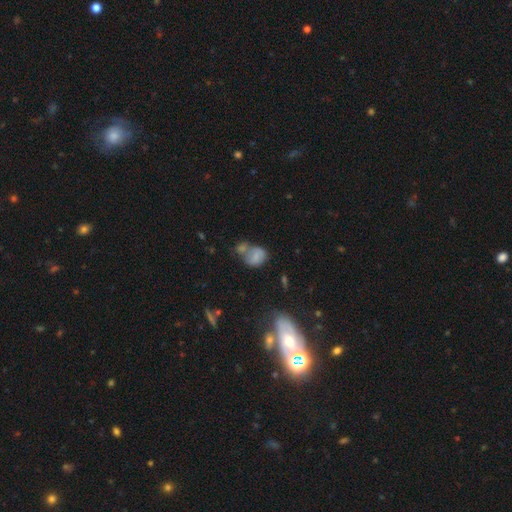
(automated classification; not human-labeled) smooth 65%, featured or disk 22%, star or artifact 13%. Down the decision tree: how rounded — in between (53%); merging — merger (45%).